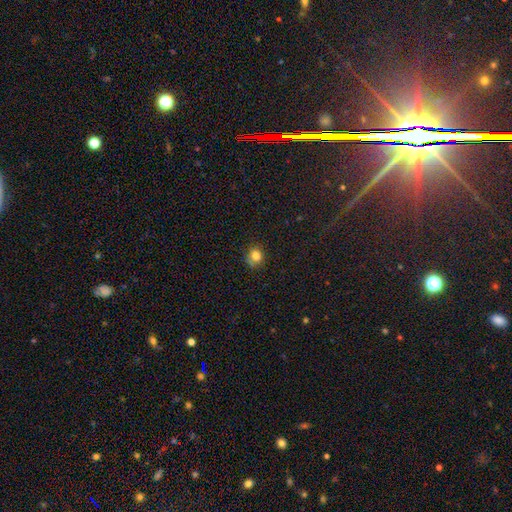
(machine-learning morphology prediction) Q: Smooth or featured?
A: smooth (80%); runner-up: star or artifact (13%)
Q: How rounded?
A: round (75%); runner-up: in between (24%)
Q: Merging?
A: none (69%); runner-up: minor disturbance (21%)